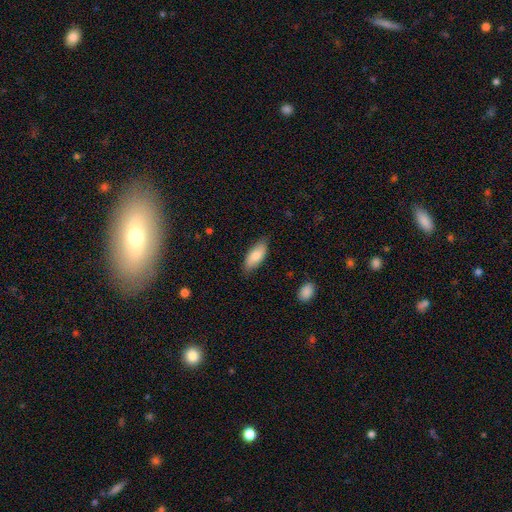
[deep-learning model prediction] Morphology: type=smooth (82%); roundness=in between (85%); merging=none (81%).